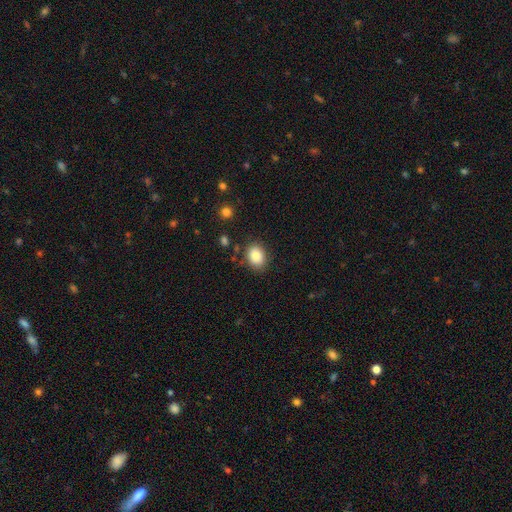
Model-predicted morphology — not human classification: A smooth galaxy with no disk features (85%) that is in between round and cigar-shaped (62%). Merging: none (83%).